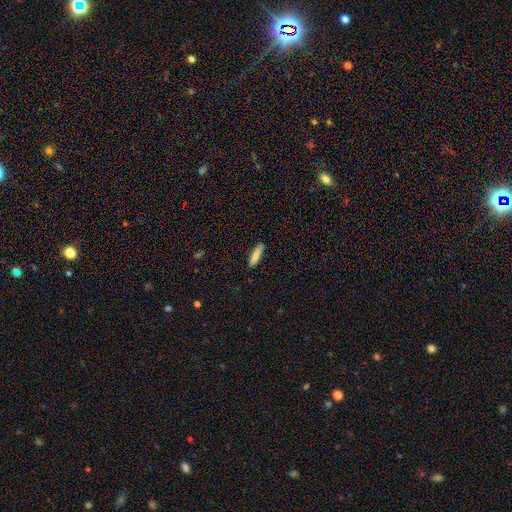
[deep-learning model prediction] smooth_or_featured: smooth (p=0.84) [alt: featured or disk p=0.09]
how_rounded: cigar-shaped (p=0.75) [alt: in between p=0.23]
merging: none (p=0.78) [alt: minor disturbance p=0.17]